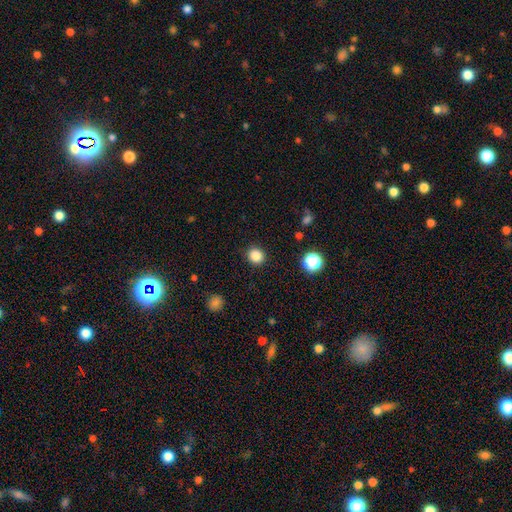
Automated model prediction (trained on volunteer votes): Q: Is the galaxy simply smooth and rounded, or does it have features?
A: smooth — 85%.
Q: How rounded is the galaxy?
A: round — 85%.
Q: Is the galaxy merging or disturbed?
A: none — 90%.